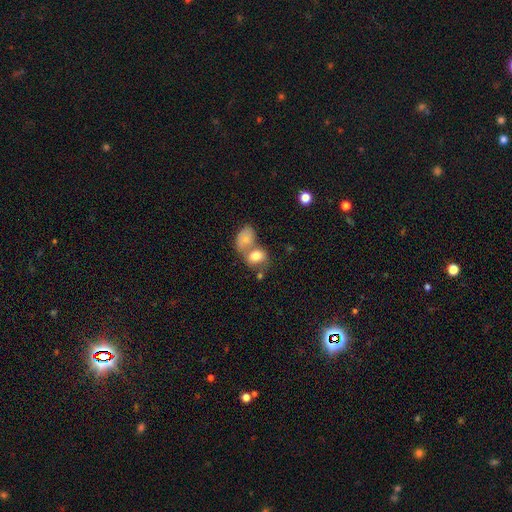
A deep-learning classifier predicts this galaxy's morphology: This appears to be a smooth galaxy with no disk features (75%) that is in between round and cigar-shaped (65%). Merging: merger (60%).